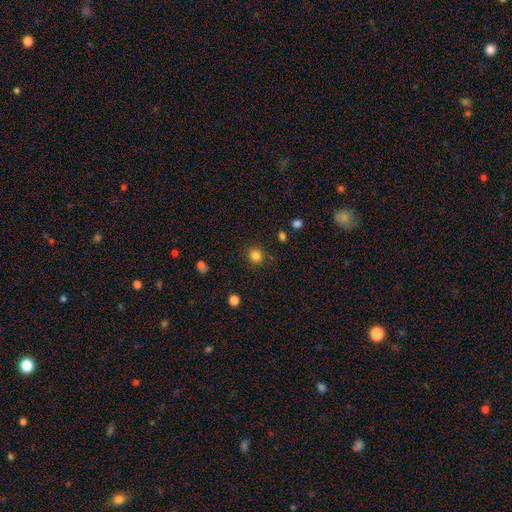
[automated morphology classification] smooth 83%, star or artifact 13%, featured or disk 4%. Down the decision tree: how rounded — round (93%); merging — none (88%).